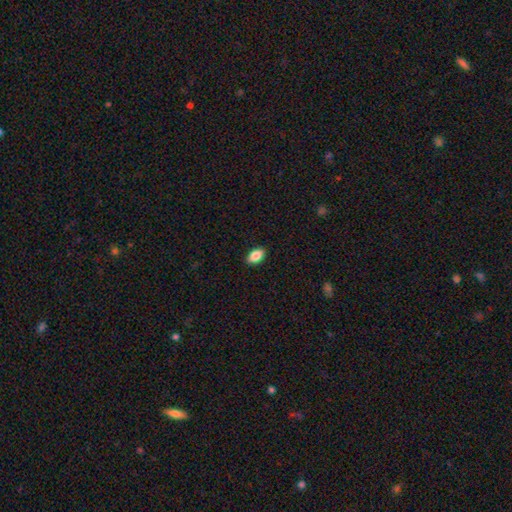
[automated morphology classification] This is clearly a smooth galaxy (87%). How rounded: clearly in between (91%). Merging: clearly none (89%).